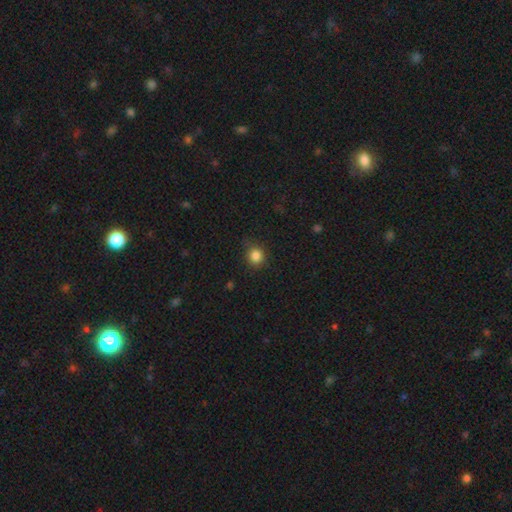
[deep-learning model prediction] Overall: smooth (84%). How rounded: round (88%). Merging: none (83%).